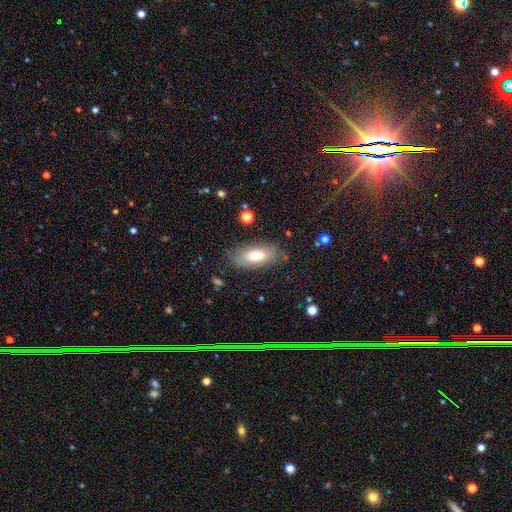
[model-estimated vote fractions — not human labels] smooth 75%, featured or disk 18%, star or artifact 7%. Down the decision tree: how rounded — in between (86%); merging — none (80%).